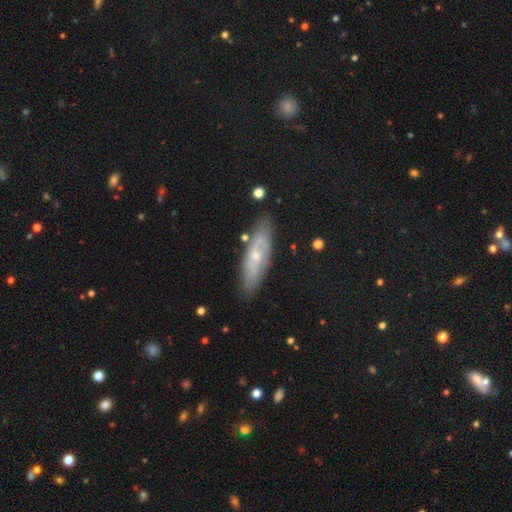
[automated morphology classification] This appears to be a featured or disk galaxy (64%). Merging: none (79%).